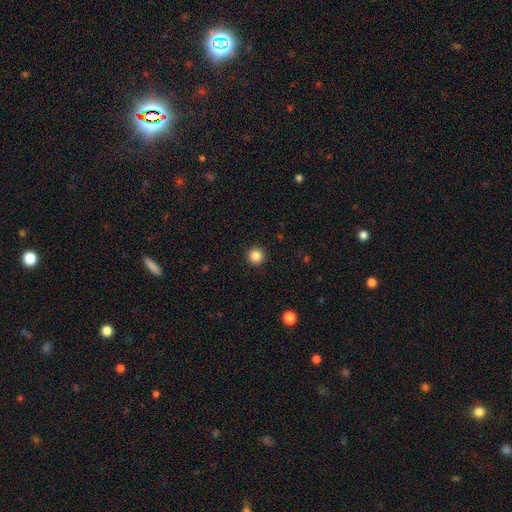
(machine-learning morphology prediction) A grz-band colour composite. It shows a smooth galaxy with no disk features (86%) that is round (96%). Merging: none (93%).